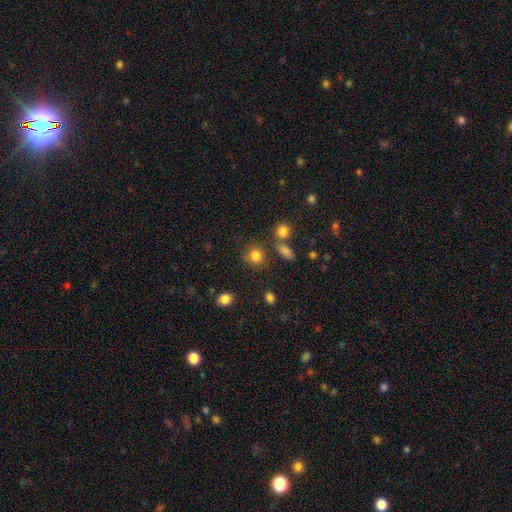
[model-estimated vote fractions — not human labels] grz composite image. It shows a smooth galaxy with no disk features (82%) that is round (80%). Merging: none (75%).